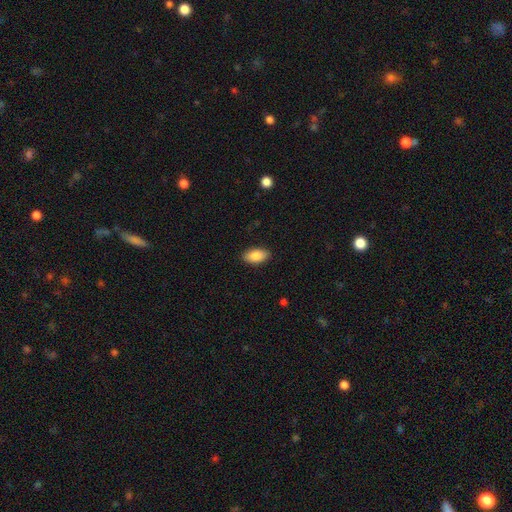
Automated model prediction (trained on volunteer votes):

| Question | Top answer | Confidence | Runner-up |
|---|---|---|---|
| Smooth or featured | smooth | 86% | featured or disk (7%) |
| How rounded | in between | 93% | cigar-shaped (4%) |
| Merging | none | 88% | minor disturbance (9%) |